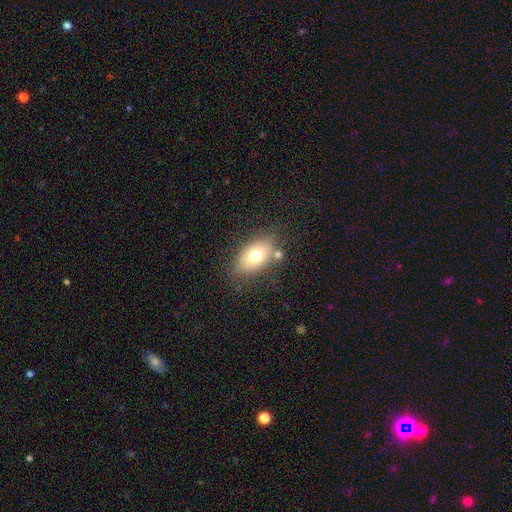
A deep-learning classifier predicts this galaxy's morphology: Smooth or featured: smooth — 72% (featured or disk — 19%)
How rounded: in between — 89% (round — 8%)
Merging: none — 73% (minor disturbance — 15%)